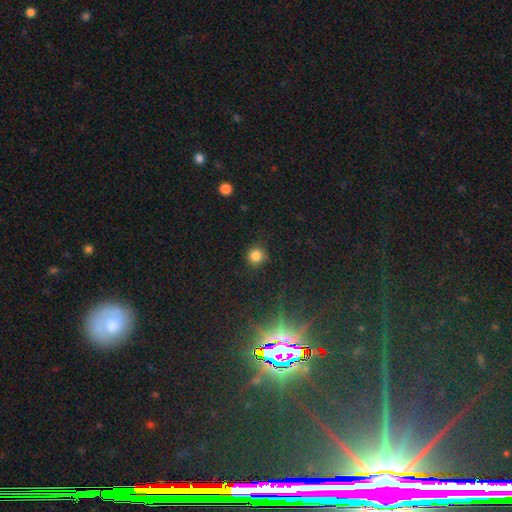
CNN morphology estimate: Smooth or featured? Predicted: smooth (p=0.82). How rounded? Predicted: round (p=0.92). Merging? Predicted: none (p=0.86).